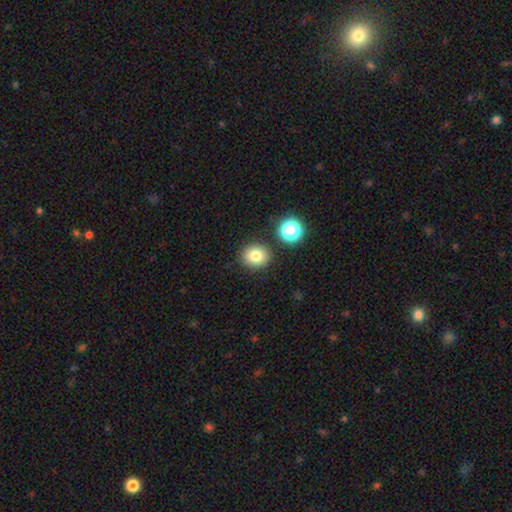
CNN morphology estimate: This is likely a smooth galaxy (79%). How rounded: likely round (66%). Merging: clearly none (84%).